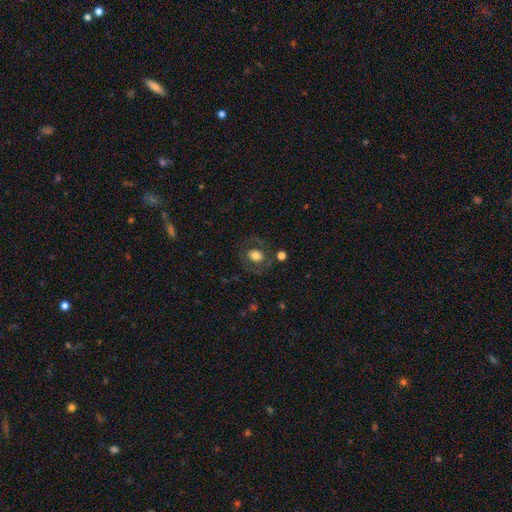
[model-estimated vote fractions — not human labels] Morphology: type=smooth (59%); roundness=round (53%); merging=none (74%).